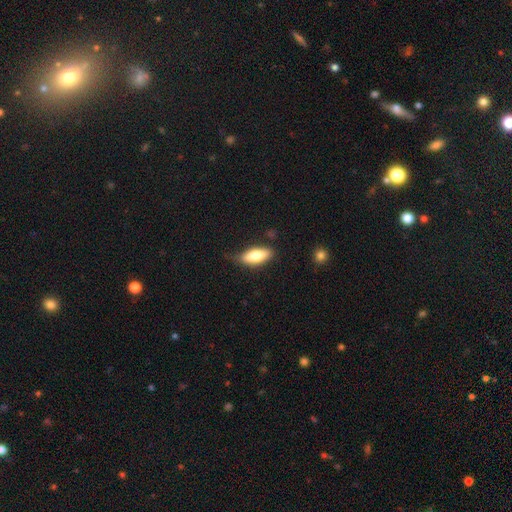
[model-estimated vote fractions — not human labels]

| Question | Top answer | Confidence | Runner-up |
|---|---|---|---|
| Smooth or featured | smooth | 73% | featured or disk (21%) |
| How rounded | in between | 71% | cigar-shaped (27%) |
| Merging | none | 74% | minor disturbance (20%) |